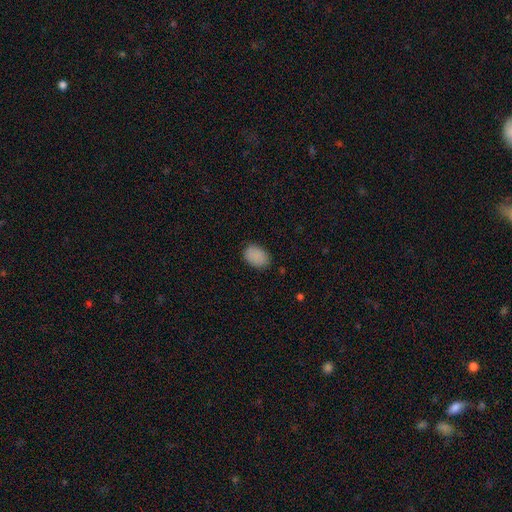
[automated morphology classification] Smooth or featured? smooth (88%)
How rounded? in between (82%)
Merging? none (83%)